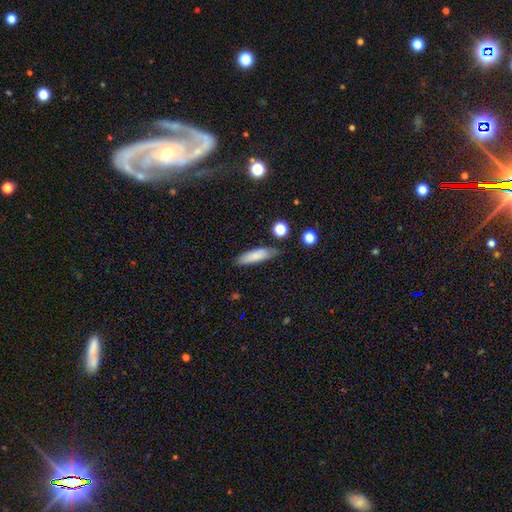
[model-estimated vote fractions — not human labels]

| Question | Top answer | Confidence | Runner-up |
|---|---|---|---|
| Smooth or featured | smooth | 81% | featured or disk (12%) |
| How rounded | cigar-shaped | 61% | in between (37%) |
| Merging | none | 72% | minor disturbance (20%) |